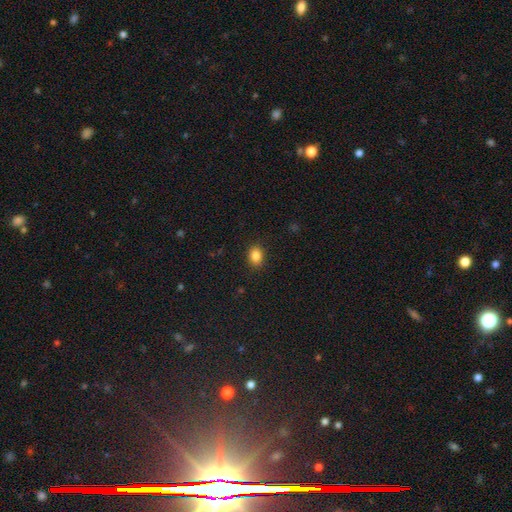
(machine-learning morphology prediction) Smooth or featured?
  - smooth: 86% *
  - star or artifact: 10%
  - featured or disk: 4%
How rounded?
  - in between: 56% *
  - round: 43%
  - cigar-shaped: 1%
Merging?
  - none: 88% *
  - minor disturbance: 8%
  - major disturbance: 2%
  - merger: 1%